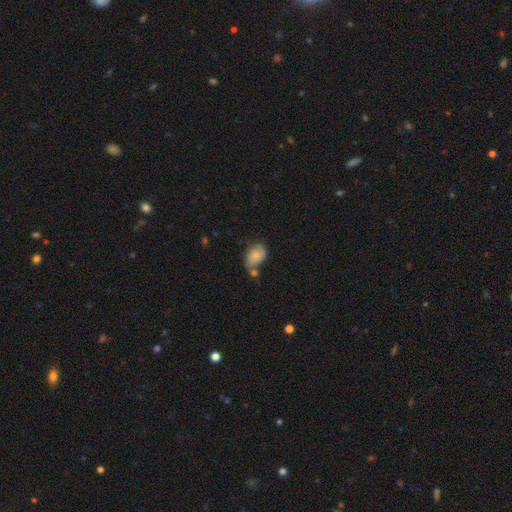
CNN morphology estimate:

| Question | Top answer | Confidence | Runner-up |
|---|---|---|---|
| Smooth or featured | smooth | 72% | featured or disk (20%) |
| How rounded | in between | 81% | round (18%) |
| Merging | none | 45% | minor disturbance (25%) |